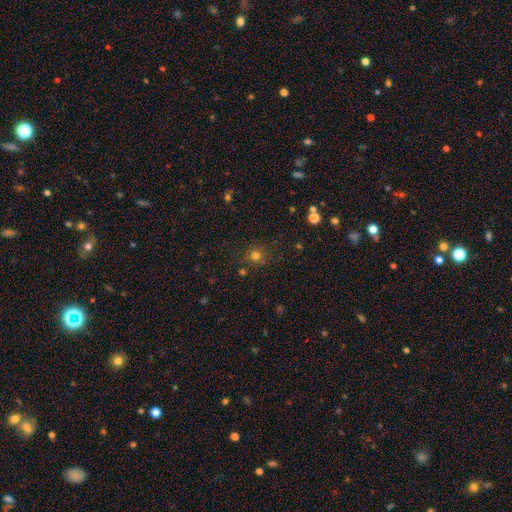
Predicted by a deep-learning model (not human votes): Overall: smooth (74%). How rounded: round (88%). Merging: none (81%).